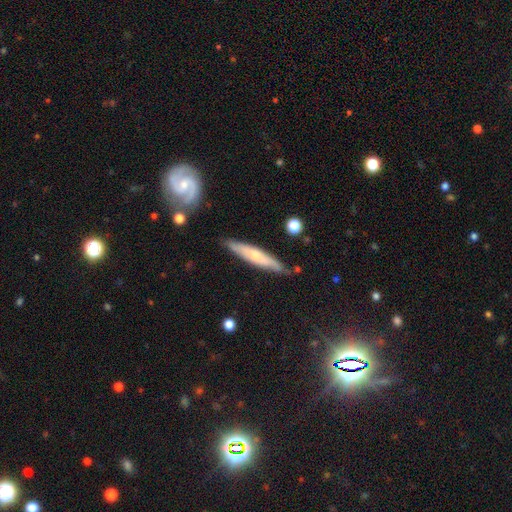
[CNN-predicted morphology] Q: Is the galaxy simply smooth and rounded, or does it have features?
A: featured or disk — 50%.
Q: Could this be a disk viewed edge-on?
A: yes — 81%.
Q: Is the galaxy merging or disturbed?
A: none — 80%.